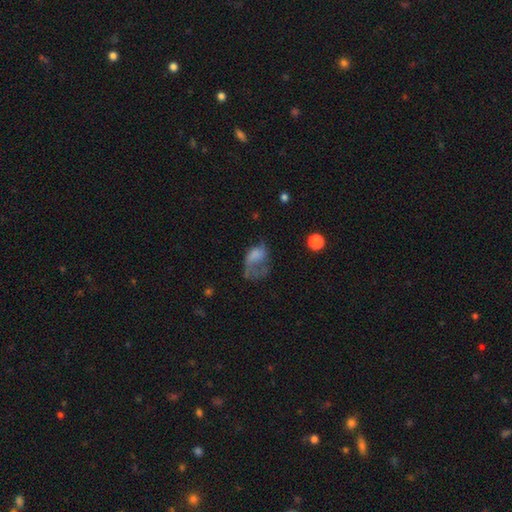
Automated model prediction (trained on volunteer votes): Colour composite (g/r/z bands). It shows a smooth galaxy with no disk features (50%). Merging: major disturbance (57%).